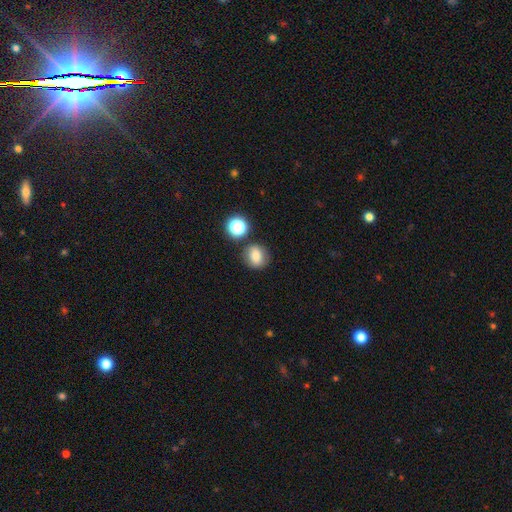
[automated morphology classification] Smooth or featured: smooth — 77% (star or artifact — 12%)
How rounded: round — 76% (in between — 23%)
Merging: none — 78% (minor disturbance — 11%)